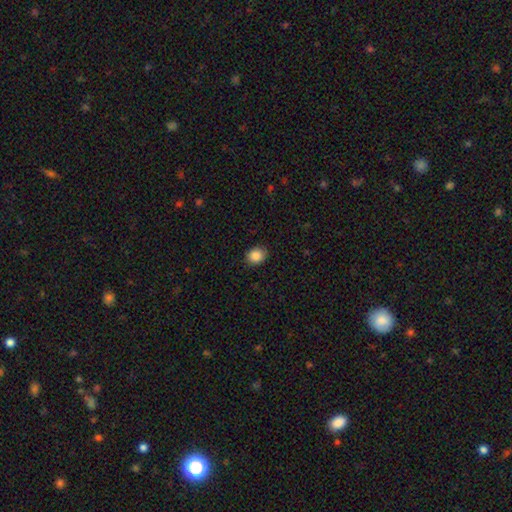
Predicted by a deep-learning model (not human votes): smooth_or_featured: smooth (p=0.88) [alt: star or artifact p=0.08]
how_rounded: round (p=0.54) [alt: in between p=0.45]
merging: none (p=0.87) [alt: minor disturbance p=0.10]